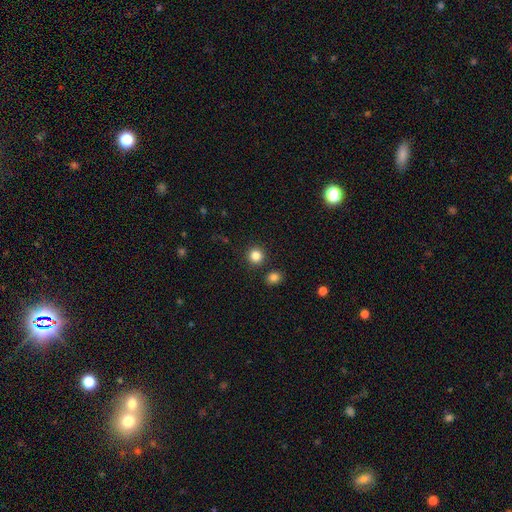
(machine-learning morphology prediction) Smooth or featured? smooth (84%)
How rounded? round (94%)
Merging? none (89%)